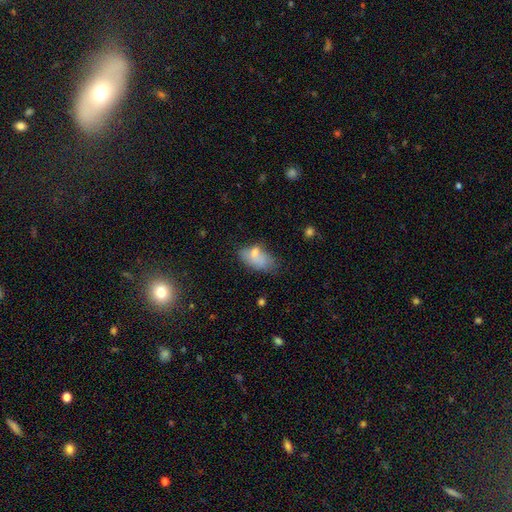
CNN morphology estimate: A smooth galaxy with no disk features (72%) that is in between round and cigar-shaped (91%).

Vote fractions:
- Smooth or featured? smooth: 72% / featured or disk: 19% / star or artifact: 9%
- How rounded? in between: 91% / round: 6% / cigar-shaped: 3%
- Merging? none: 37% / minor disturbance: 31% / major disturbance: 16% / merger: 16%